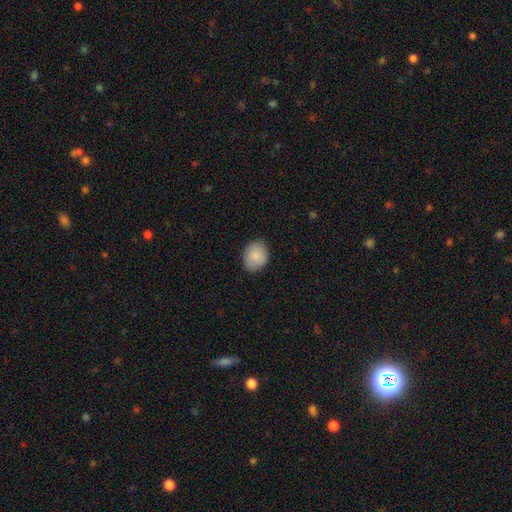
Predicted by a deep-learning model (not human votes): Q: Smooth or featured?
A: smooth (86%); runner-up: featured or disk (7%)
Q: How rounded?
A: in between (50%); runner-up: round (49%)
Q: Merging?
A: none (85%); runner-up: minor disturbance (12%)